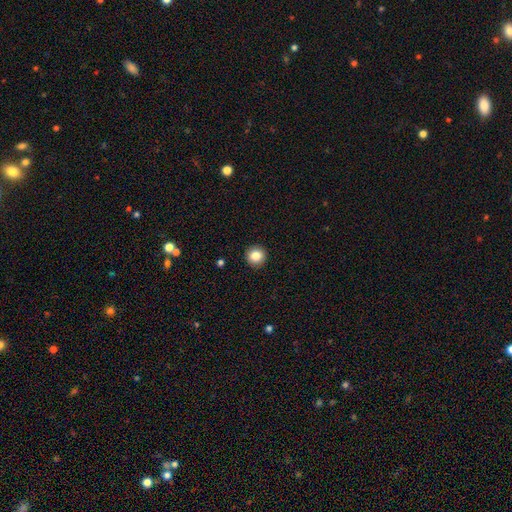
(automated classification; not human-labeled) A smooth galaxy with no disk features (85%) that is round (95%). Merging: none (93%).